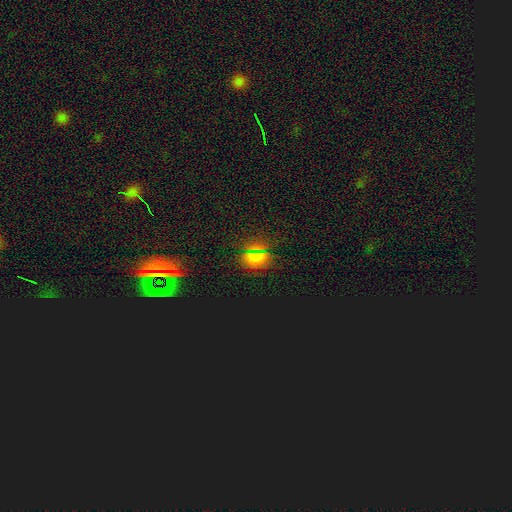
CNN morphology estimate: Smooth or featured?
  - smooth: 57% *
  - star or artifact: 36%
  - featured or disk: 6%
How rounded?
  - in between: 48% * (tied)
  - round: 48% * (tied)
  - cigar-shaped: 3%
Merging?
  - none: 82% *
  - minor disturbance: 12%
  - major disturbance: 4%
  - merger: 2%